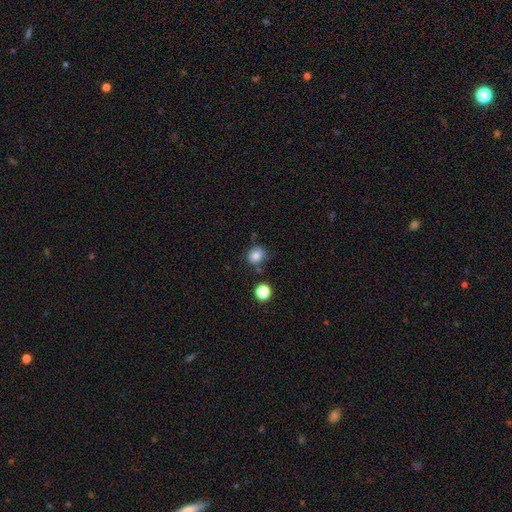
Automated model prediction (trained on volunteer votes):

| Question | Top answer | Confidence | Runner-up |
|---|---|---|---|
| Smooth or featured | smooth | 82% | star or artifact (12%) |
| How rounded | round | 76% | in between (23%) |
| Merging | none | 74% | minor disturbance (15%) |